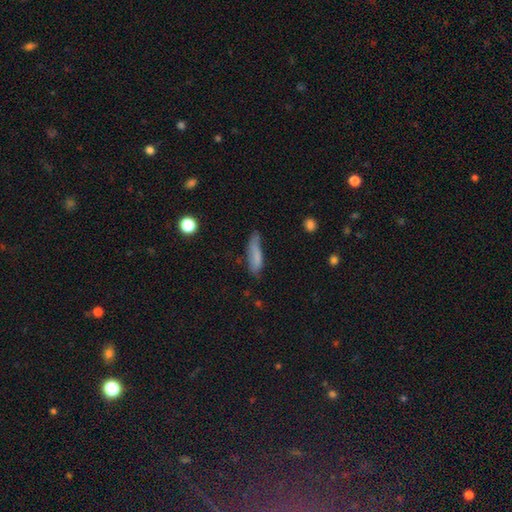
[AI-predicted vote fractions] Morphology: type=smooth (74%); roundness=cigar-shaped (68%); merging=none (55%).